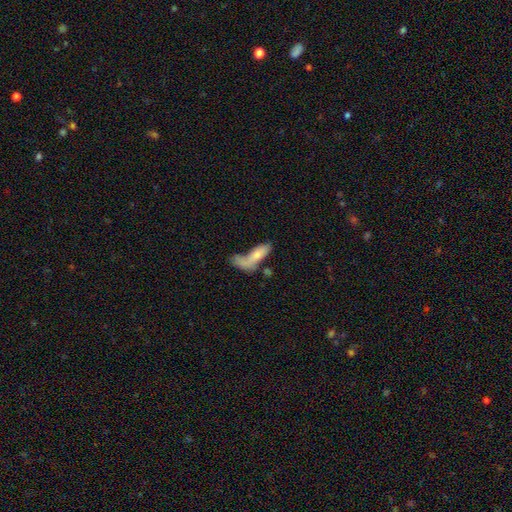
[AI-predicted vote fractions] Smooth or featured? Predicted: smooth (p=0.68). How rounded? Predicted: in between (p=0.53). Merging? Predicted: merger (p=0.36).